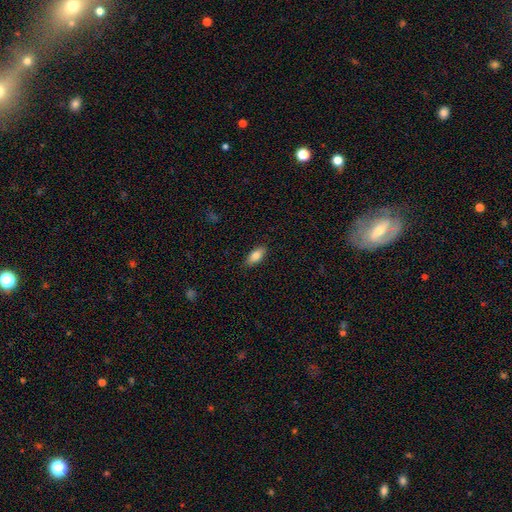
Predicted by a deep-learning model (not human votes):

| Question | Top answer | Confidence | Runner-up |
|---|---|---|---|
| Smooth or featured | smooth | 80% | featured or disk (13%) |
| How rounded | in between | 82% | cigar-shaped (15%) |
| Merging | none | 87% | minor disturbance (10%) |